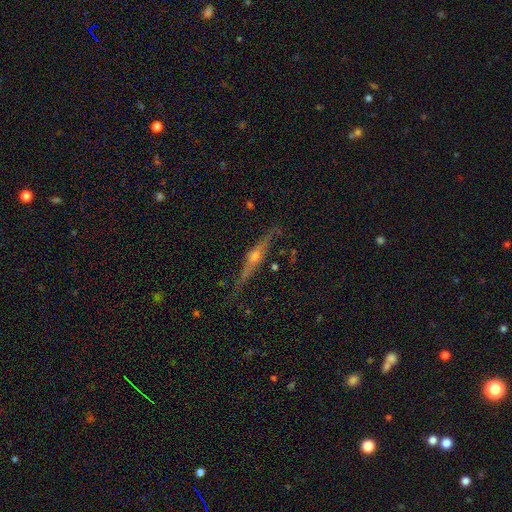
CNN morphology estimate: featured or disk 79%, smooth 13%, star or artifact 8%. Down the decision tree: edge-on disk — yes (95%); edge-on bulge — rounded (90%); merging — none (79%).